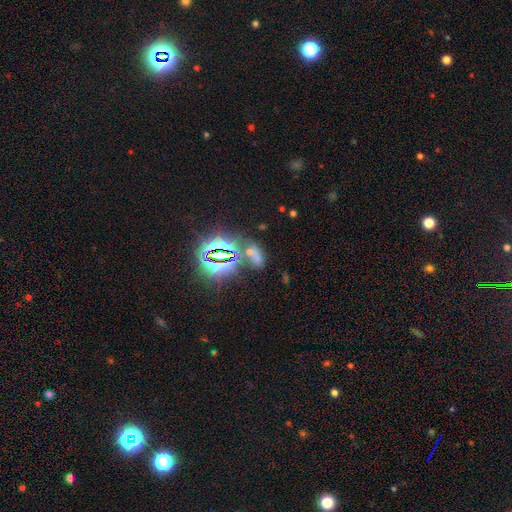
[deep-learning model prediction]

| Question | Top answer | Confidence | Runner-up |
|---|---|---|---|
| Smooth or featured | star or artifact | 52% | smooth (37%) |